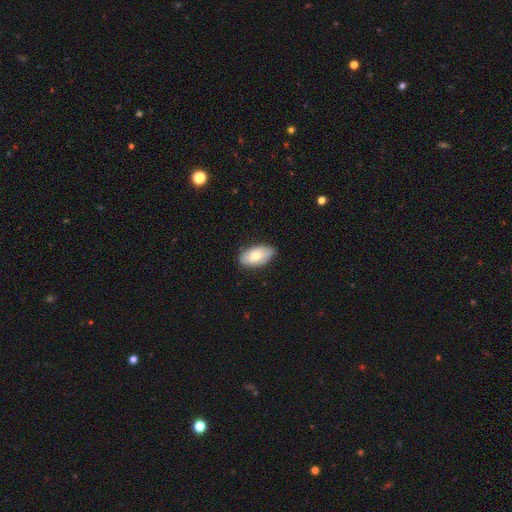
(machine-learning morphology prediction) A smooth galaxy with no disk features (71%) that is in between round and cigar-shaped (94%). Merging: none (75%).